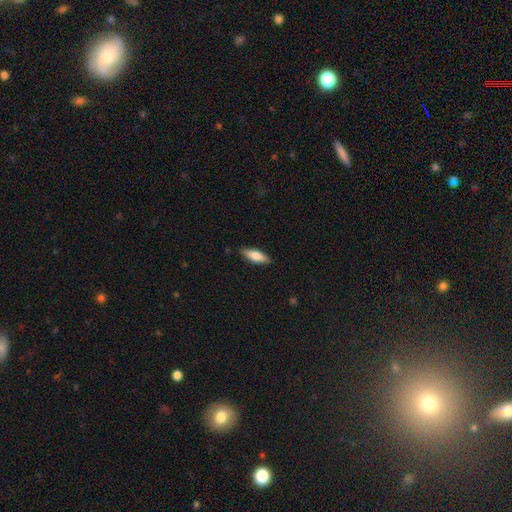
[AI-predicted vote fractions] Smooth or featured? smooth (76%)
How rounded? in between (57%)
Merging? none (86%)